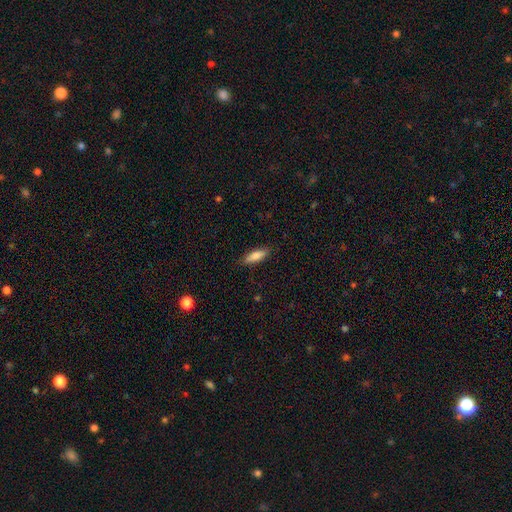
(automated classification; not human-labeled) This is likely a smooth galaxy (76%). How rounded: possibly cigar-shaped (54%). Merging: clearly none (86%).